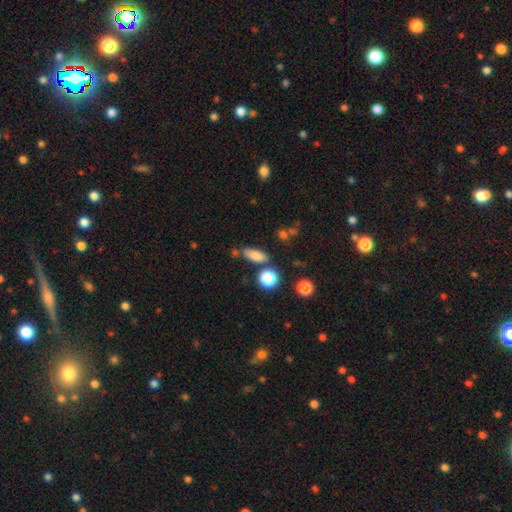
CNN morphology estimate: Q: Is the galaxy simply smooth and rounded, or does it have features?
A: smooth — 79%.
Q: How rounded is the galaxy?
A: in between — 66%.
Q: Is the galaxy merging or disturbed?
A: none — 74%.